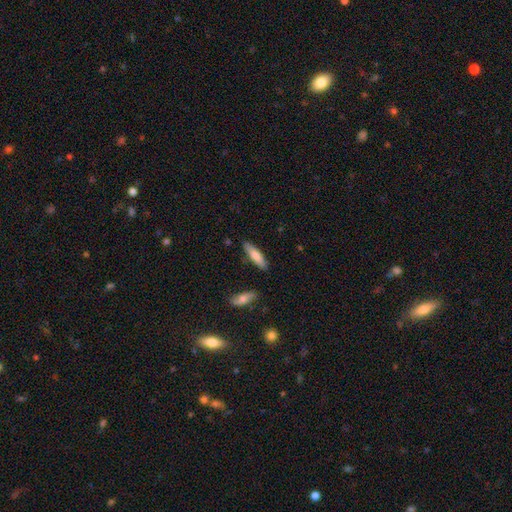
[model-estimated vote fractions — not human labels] Overall: smooth (74%). How rounded: cigar-shaped (71%). Merging: none (84%).